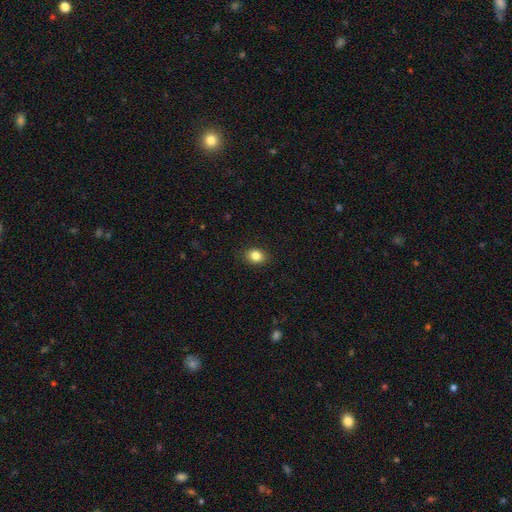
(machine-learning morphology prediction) type=smooth (85%); roundness=in between (51%); merging=none (90%).